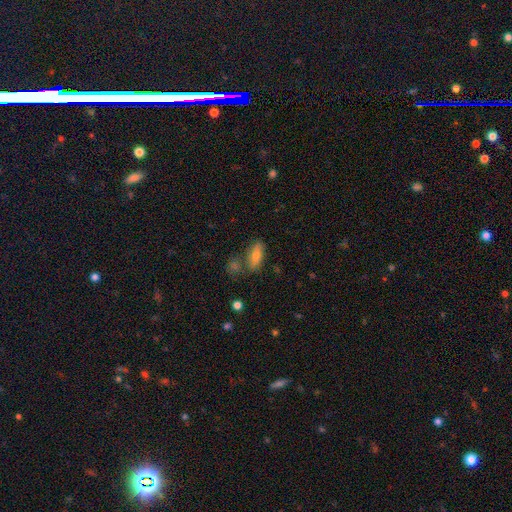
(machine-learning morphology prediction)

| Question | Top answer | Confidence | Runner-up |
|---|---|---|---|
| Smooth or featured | smooth | 65% | featured or disk (24%) |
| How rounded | in between | 58% | cigar-shaped (37%) |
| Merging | none | 66% | minor disturbance (15%) |